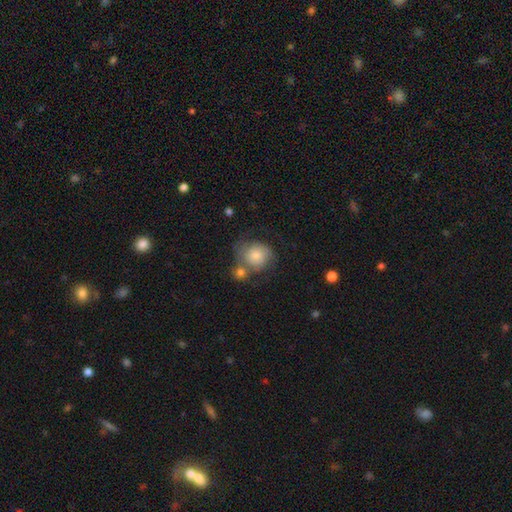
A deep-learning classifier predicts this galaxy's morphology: smooth-or-featured: smooth: 62% | featured or disk: 31% | star or artifact: 8%
  how-rounded: round: 82% | in between: 18% | cigar-shaped: 1%
  merging: none: 41% | merger: 28% | minor disturbance: 19% | major disturbance: 12%